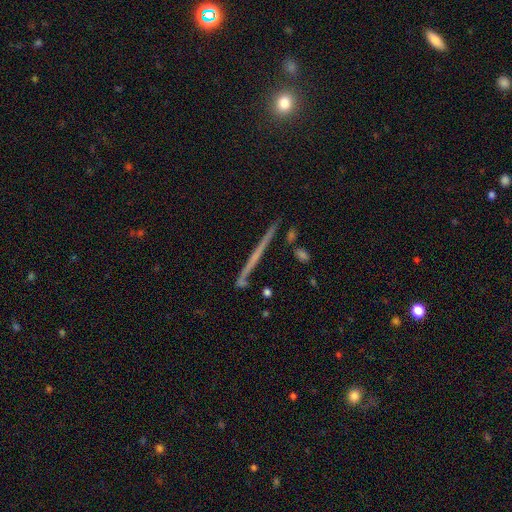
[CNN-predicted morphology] A featured or disk galaxy (63%) viewed edge-on (98%) with no central bulge (80%).

Vote fractions:
- Smooth or featured? featured or disk: 63% / smooth: 29% / star or artifact: 8%
- Edge-on disk? yes: 98% / no: 2%
- Edge-on bulge? none: 80% / rounded: 15% / boxy: 5%
- Merging? none: 89% / minor disturbance: 7% / merger: 2% / major disturbance: 2%